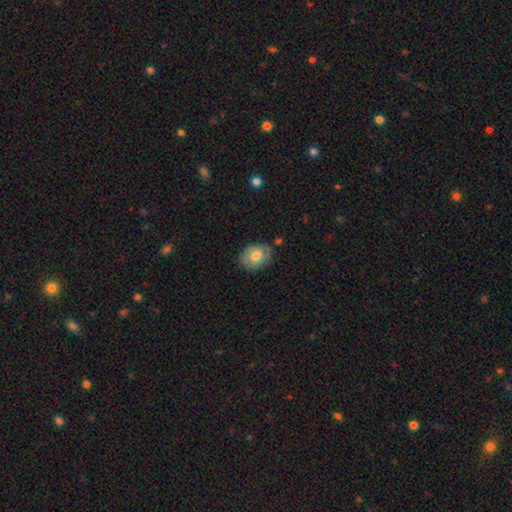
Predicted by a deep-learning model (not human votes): smooth 65%, featured or disk 29%, star or artifact 7%. Down the decision tree: how rounded — in between (64%); merging — none (74%).